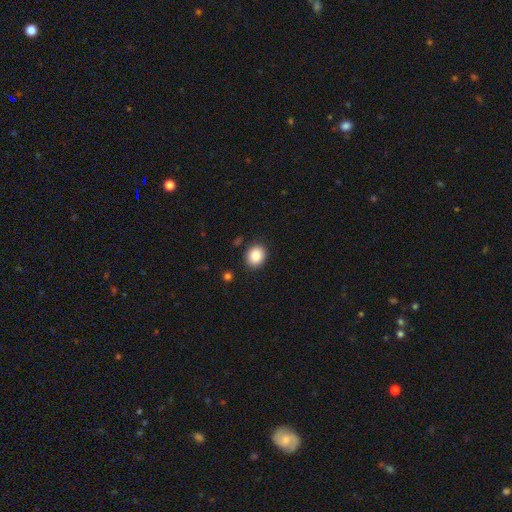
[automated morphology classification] smooth_or_featured: smooth (p=0.85) [alt: star or artifact p=0.09]
how_rounded: round (p=0.62) [alt: in between p=0.38]
merging: none (p=0.88) [alt: minor disturbance p=0.08]